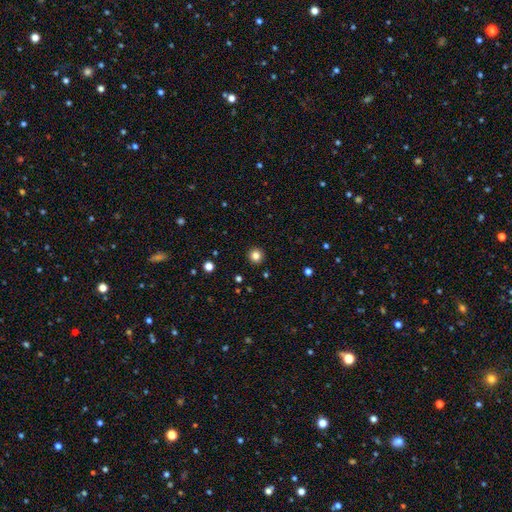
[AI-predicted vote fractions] Smooth or featured?
  - smooth: 83% *
  - star or artifact: 12%
  - featured or disk: 5%
How rounded?
  - round: 95% *
  - in between: 4%
  - cigar-shaped: 1%
Merging?
  - none: 93% *
  - minor disturbance: 4%
  - major disturbance: 2%
  - merger: 1%